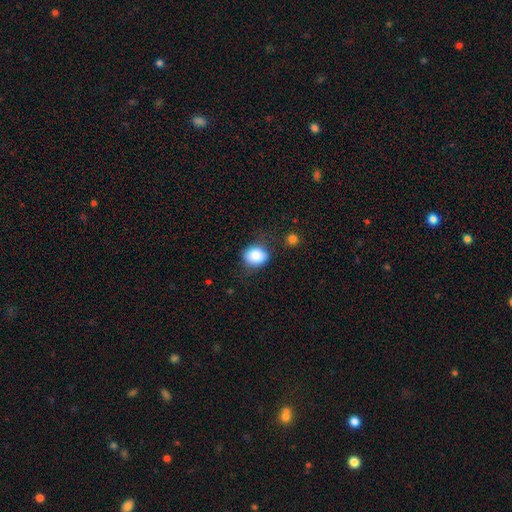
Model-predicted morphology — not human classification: The model was most divided on "how rounded": round: 58%, in between: 41%, cigar-shaped: 1%. More confident: smooth or featured — smooth (86%); merging — none (67%).